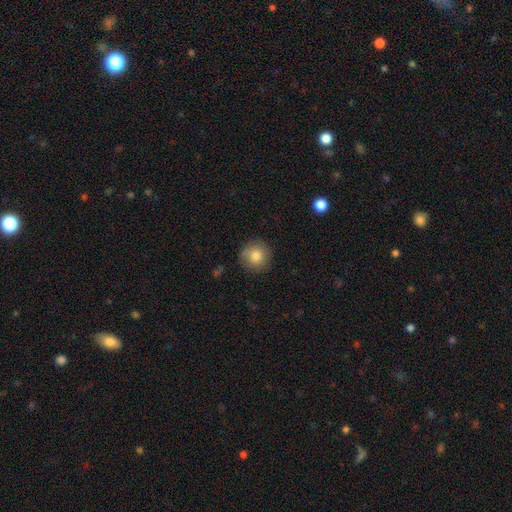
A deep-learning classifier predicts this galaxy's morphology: The model was most divided on "smooth or featured": smooth: 82%, featured or disk: 9%, star or artifact: 9%. More confident: how rounded — round (93%); merging — none (85%).